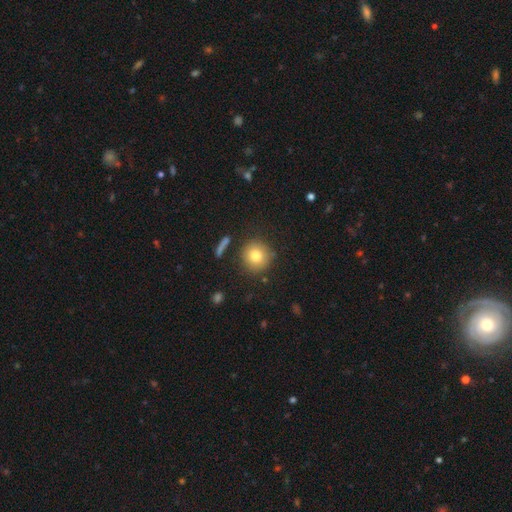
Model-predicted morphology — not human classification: A smooth galaxy with no disk features (79%) that is round (92%). Merging: none (84%).